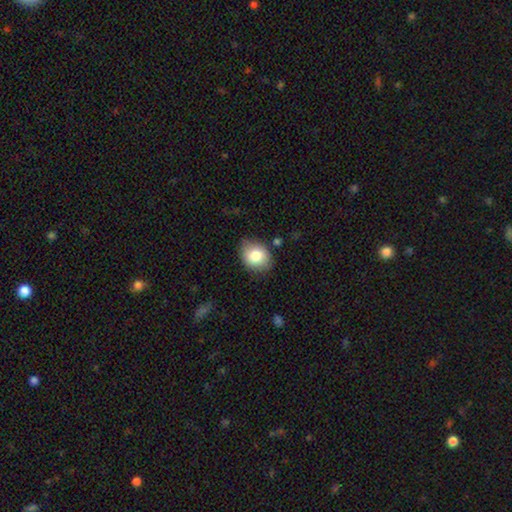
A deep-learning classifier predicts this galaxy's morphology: The model was most divided on "how rounded": in between: 58%, round: 41%, cigar-shaped: 1%. More confident: smooth or featured — smooth (82%); merging — none (81%).